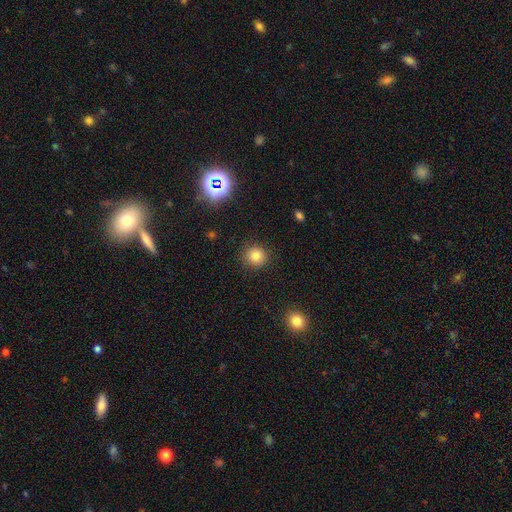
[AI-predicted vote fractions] Smooth or featured: smooth — 80% (star or artifact — 13%)
How rounded: round — 91% (in between — 8%)
Merging: none — 89% (minor disturbance — 7%)